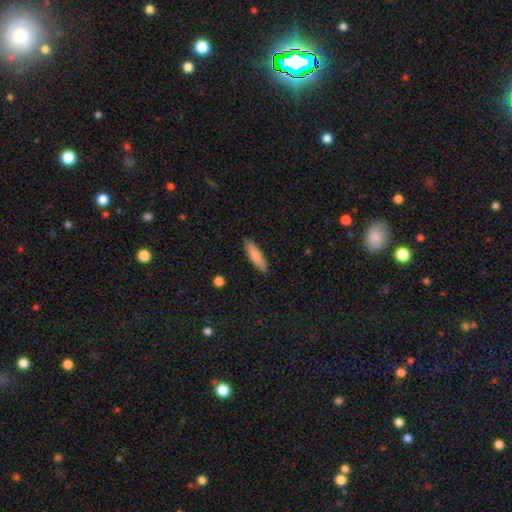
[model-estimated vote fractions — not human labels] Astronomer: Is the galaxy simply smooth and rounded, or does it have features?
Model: smooth — 80%.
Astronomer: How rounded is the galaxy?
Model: cigar-shaped — 66%.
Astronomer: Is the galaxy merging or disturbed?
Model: none — 89%.